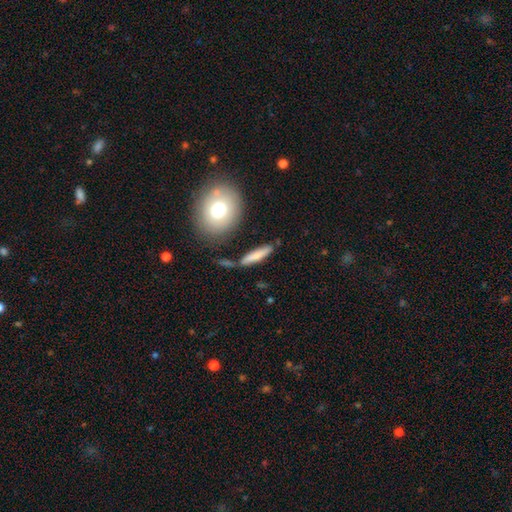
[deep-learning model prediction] This is likely a smooth galaxy (71%). How rounded: clearly cigar-shaped (82%). Merging: likely none (75%).